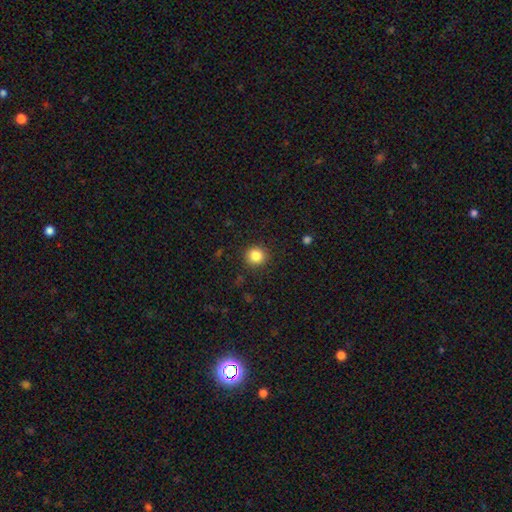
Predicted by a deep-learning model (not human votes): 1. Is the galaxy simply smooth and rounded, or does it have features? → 84% smooth, 11% star or artifact, 5% featured or disk.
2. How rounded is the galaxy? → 92% round, 7% in between, 1% cigar-shaped.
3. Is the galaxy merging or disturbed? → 90% none, 7% minor disturbance, 2% major disturbance, 1% merger.